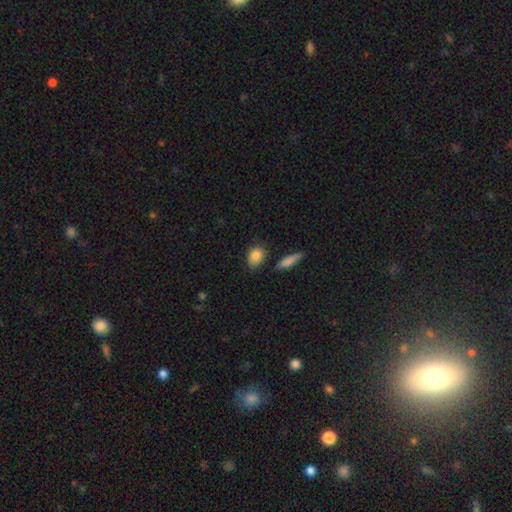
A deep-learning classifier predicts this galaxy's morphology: type=smooth (87%); roundness=in between (57%); merging=none (78%).